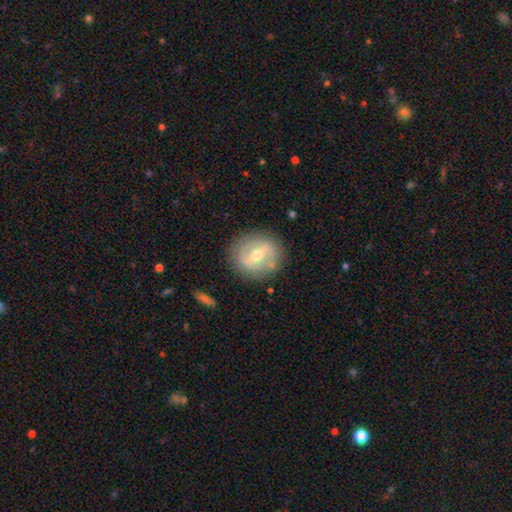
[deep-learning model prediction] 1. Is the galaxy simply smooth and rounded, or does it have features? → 62% featured or disk, 31% smooth, 7% star or artifact.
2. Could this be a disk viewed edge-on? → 94% no, 6% yes.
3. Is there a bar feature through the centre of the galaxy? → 41% weak, 38% strong, 20% no.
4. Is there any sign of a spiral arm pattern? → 60% no, 40% yes.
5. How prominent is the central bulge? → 69% moderate, 24% small, 5% large, 1% none, 1% dominant.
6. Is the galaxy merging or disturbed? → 84% none, 11% minor disturbance, 4% major disturbance, 2% merger.